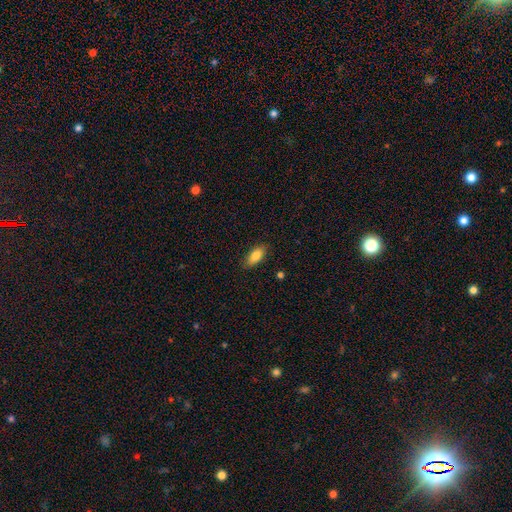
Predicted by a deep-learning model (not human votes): Morphology: type=smooth (85%); roundness=in between (83%); merging=none (84%).